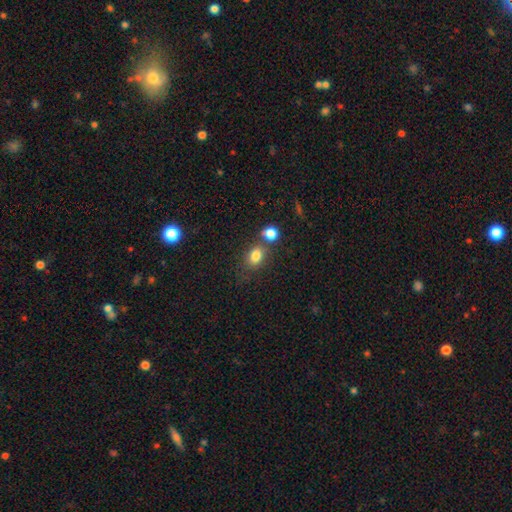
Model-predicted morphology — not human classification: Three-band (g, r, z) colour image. It shows a smooth galaxy with no disk features (81%) that is in between round and cigar-shaped (66%). Merging: none (51%).